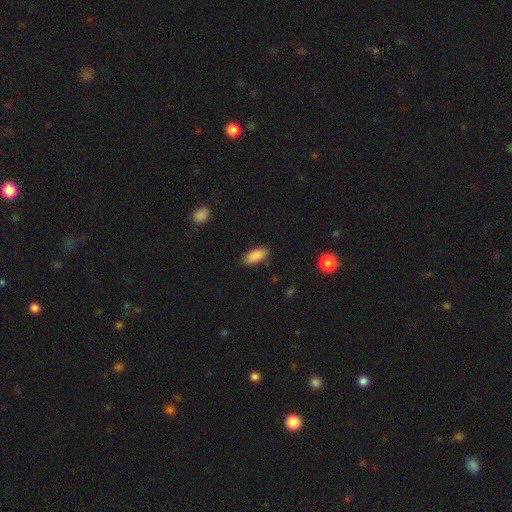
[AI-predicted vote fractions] smooth 88%, star or artifact 7%, featured or disk 5%. Down the decision tree: how rounded — in between (83%); merging — none (84%).